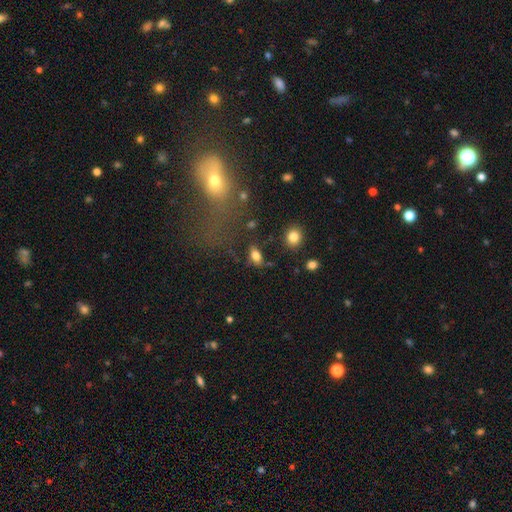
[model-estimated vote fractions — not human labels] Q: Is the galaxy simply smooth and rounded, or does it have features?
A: smooth — 77%.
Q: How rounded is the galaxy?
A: in between — 85%.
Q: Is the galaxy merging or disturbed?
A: none — 70%.